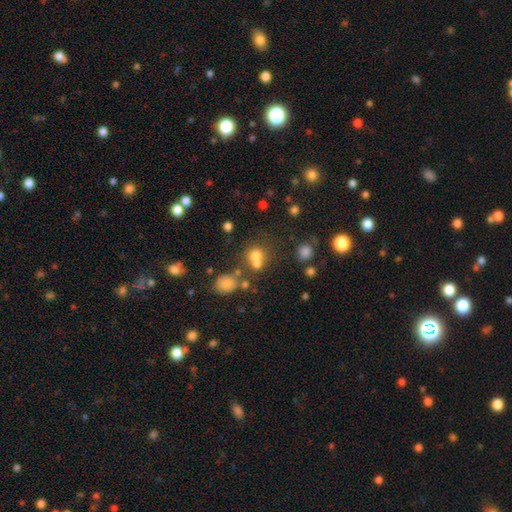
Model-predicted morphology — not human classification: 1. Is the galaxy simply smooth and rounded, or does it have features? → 68% smooth, 19% star or artifact, 14% featured or disk.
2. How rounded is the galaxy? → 82% round, 17% in between, 1% cigar-shaped.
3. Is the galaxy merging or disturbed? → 44% none, 43% merger, 8% minor disturbance, 4% major disturbance.